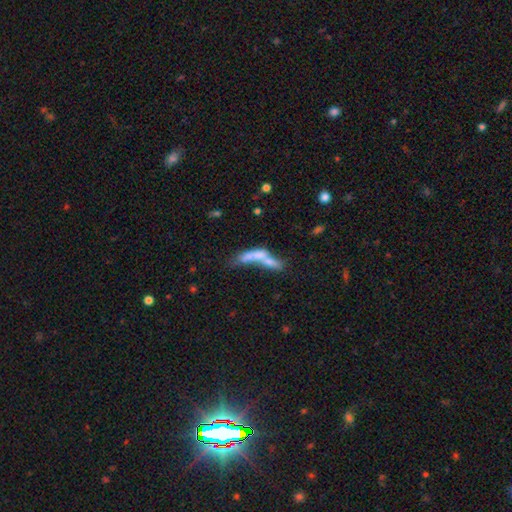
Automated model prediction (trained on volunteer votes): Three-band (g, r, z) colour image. It shows a smooth galaxy with no disk features (59%) that is cigar-shaped (65%). Merging: merger (60%).